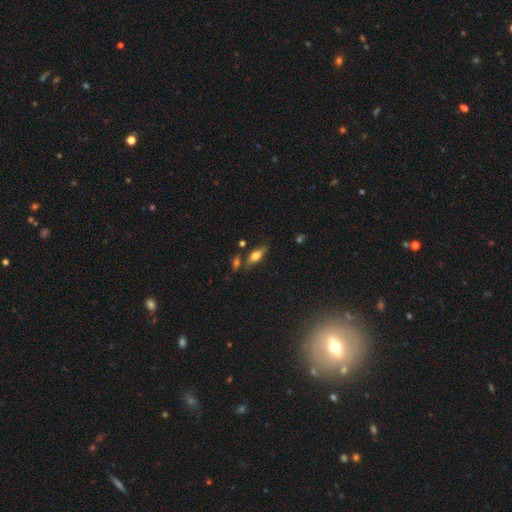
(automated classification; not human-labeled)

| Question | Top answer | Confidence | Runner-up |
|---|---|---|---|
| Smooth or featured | featured or disk | 49% | smooth (43%) |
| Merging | none | 72% | minor disturbance (14%) |